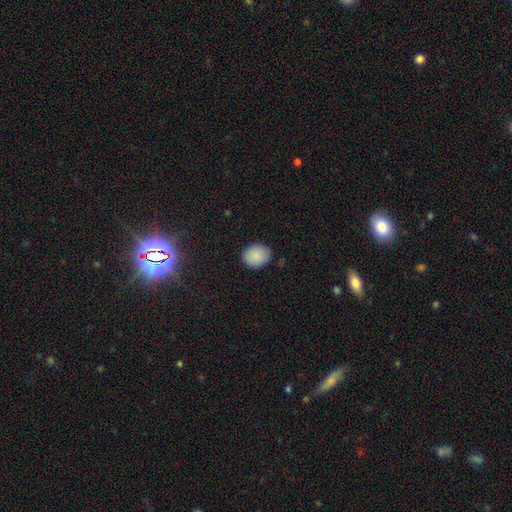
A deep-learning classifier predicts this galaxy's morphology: A smooth galaxy with no disk features (89%) that is round (58%). Merging: none (83%).